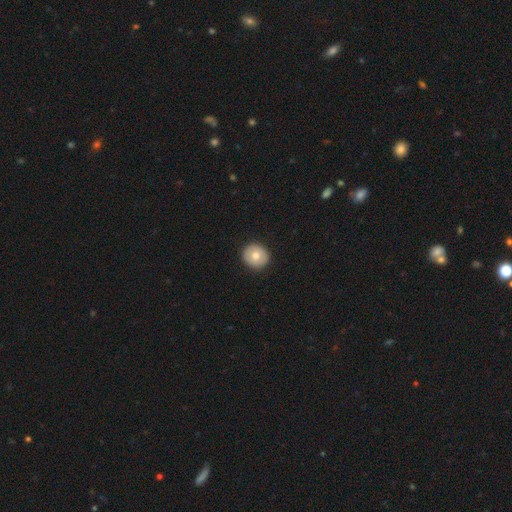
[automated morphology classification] Q: Smooth or featured?
A: smooth (71%); runner-up: featured or disk (23%)
Q: How rounded?
A: round (90%); runner-up: in between (9%)
Q: Merging?
A: none (92%); runner-up: minor disturbance (6%)